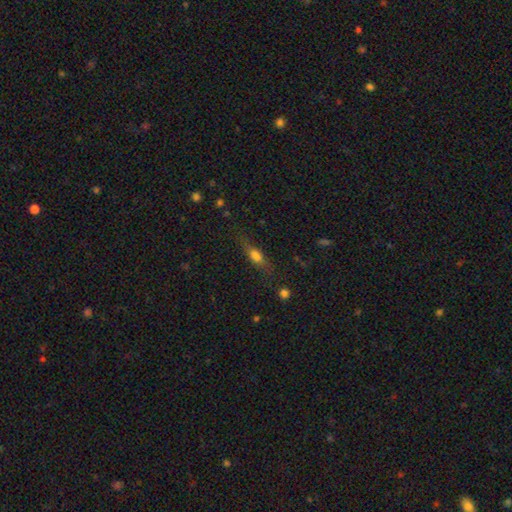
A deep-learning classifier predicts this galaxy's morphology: A smooth galaxy with no disk features (63%) that is in between round and cigar-shaped (50%).

Vote fractions:
- Smooth or featured? smooth: 63% / featured or disk: 25% / star or artifact: 12%
- How rounded? in between: 50% / cigar-shaped: 45% / round: 6%
- Merging? none: 68% / minor disturbance: 20% / major disturbance: 9% / merger: 3%